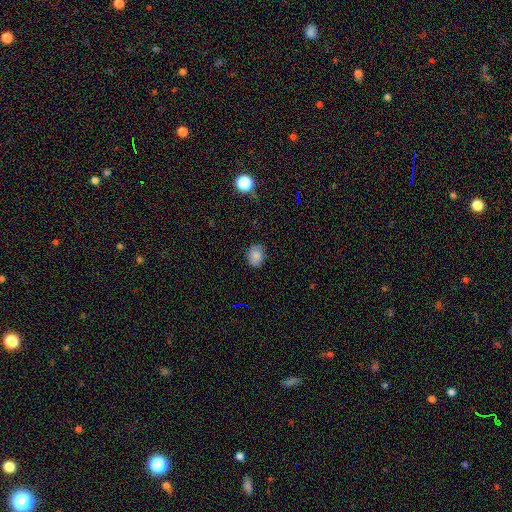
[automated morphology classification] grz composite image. It shows a smooth galaxy with no disk features (82%) that is in between round and cigar-shaped (57%). Merging: none (78%).